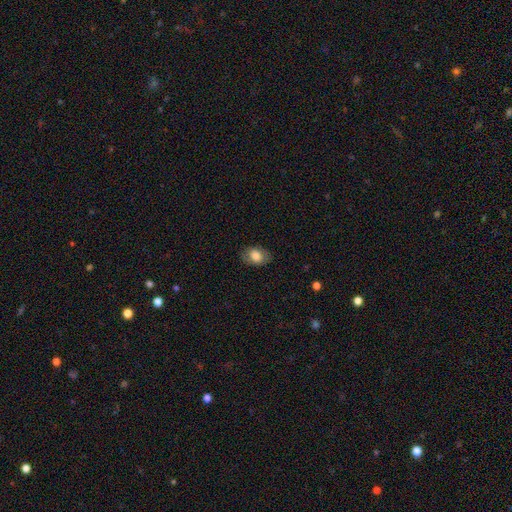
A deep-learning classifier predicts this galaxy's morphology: type=smooth (78%); roundness=in between (78%); merging=none (80%).